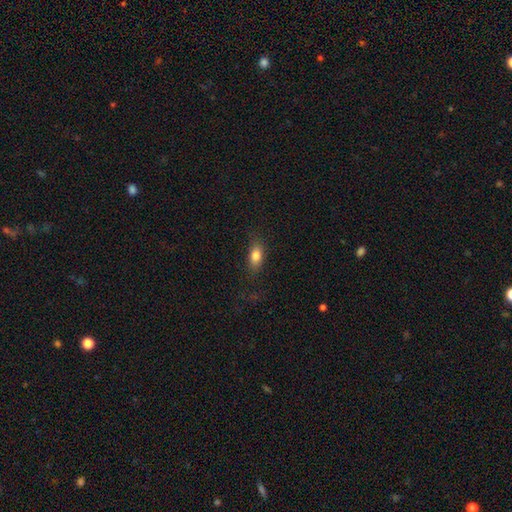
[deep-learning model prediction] Smooth or featured?
  - smooth: 82% *
  - featured or disk: 10%
  - star or artifact: 8%
How rounded?
  - in between: 84% *
  - cigar-shaped: 9%
  - round: 7%
Merging?
  - none: 79% *
  - minor disturbance: 15%
  - major disturbance: 5%
  - merger: 1%